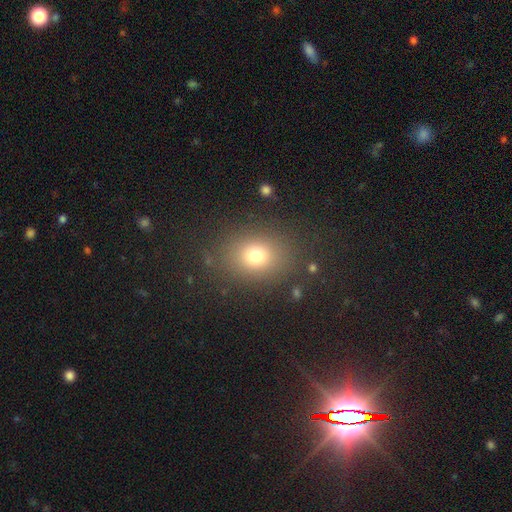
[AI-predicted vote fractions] A smooth galaxy with no disk features (74%) that is round (54%). Merging: none (83%).